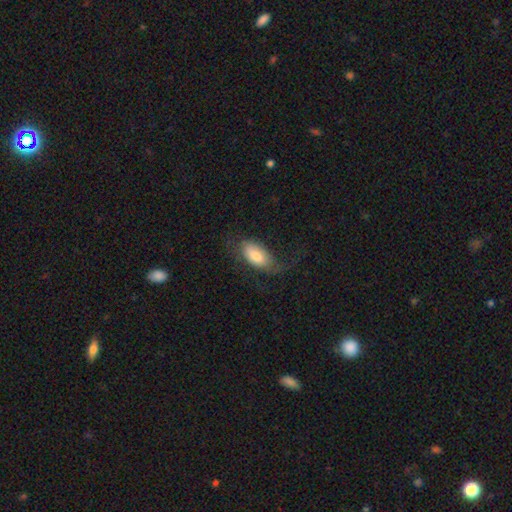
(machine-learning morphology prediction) Smooth or featured: smooth — 65% (featured or disk — 28%)
How rounded: in between — 91% (cigar-shaped — 5%)
Merging: none — 47% (major disturbance — 29%)